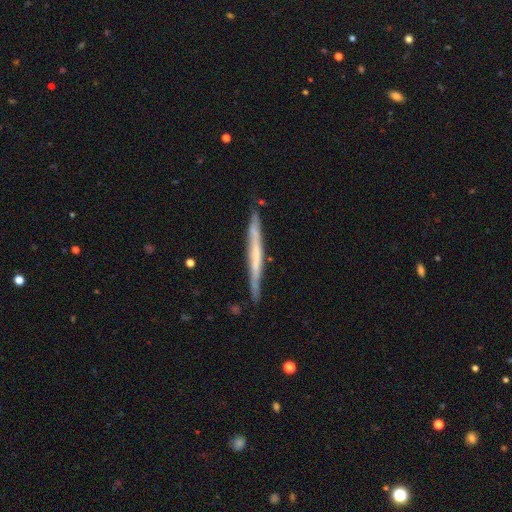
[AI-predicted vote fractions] The model was most divided on "smooth or featured": featured or disk: 58%, smooth: 36%, star or artifact: 6%. More confident: edge-on disk — yes (95%); merging — none (83%); edge-on bulge — none (76%).